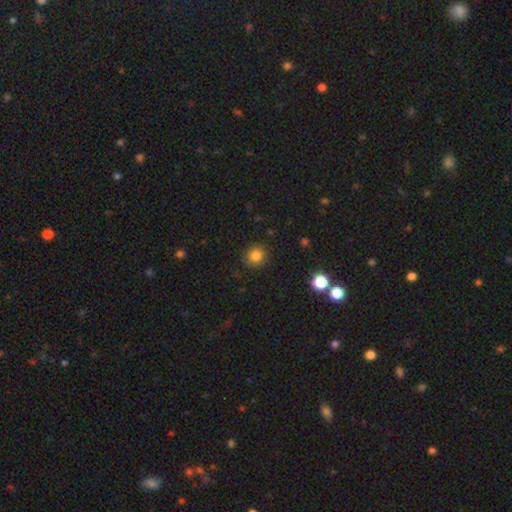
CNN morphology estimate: type=smooth (82%); roundness=round (90%); merging=none (89%).